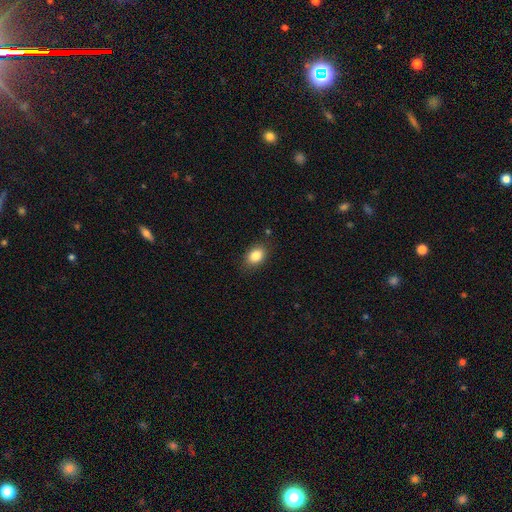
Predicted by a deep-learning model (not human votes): Smooth or featured?
  - smooth: 85% *
  - star or artifact: 9%
  - featured or disk: 6%
How rounded?
  - in between: 77% *
  - round: 21%
  - cigar-shaped: 1%
Merging?
  - none: 84% *
  - minor disturbance: 12%
  - major disturbance: 3%
  - merger: 1%